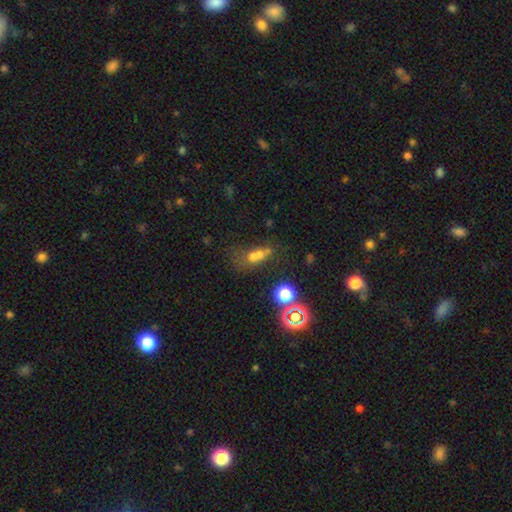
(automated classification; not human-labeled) Morphology: type=smooth (52%); roundness=round (58%); merging=merger (50%).